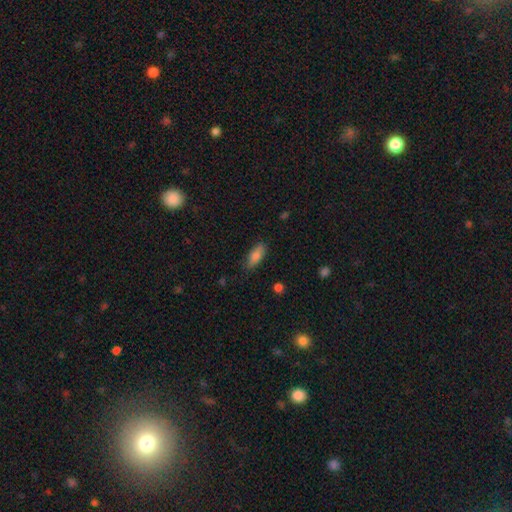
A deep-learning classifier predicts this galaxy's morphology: Overall: smooth (82%). How rounded: in between (76%). Merging: none (81%).